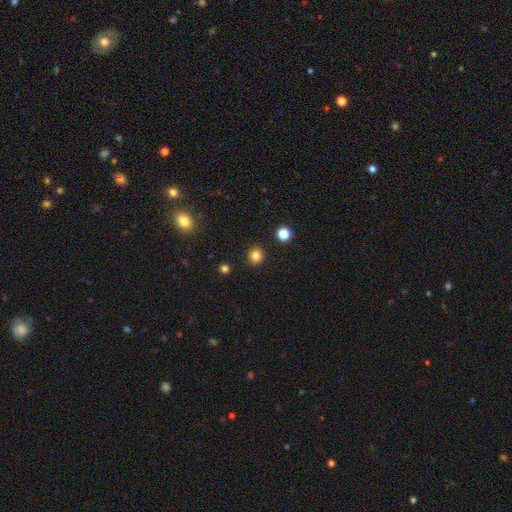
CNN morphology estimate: A smooth galaxy with no disk features (82%) that is round (87%). Merging: none (91%).